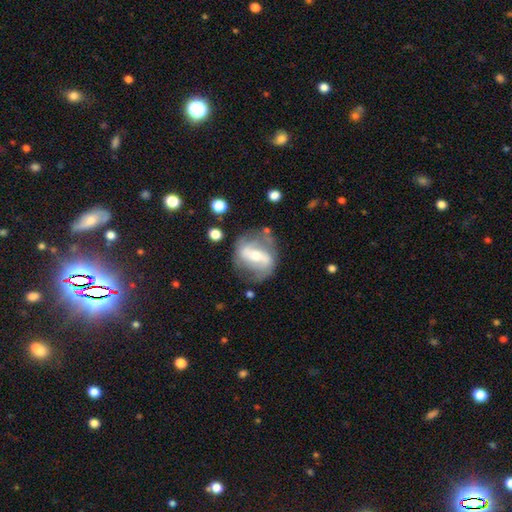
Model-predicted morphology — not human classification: Q: Smooth or featured?
A: featured or disk (73%); runner-up: smooth (20%)
Q: Edge-on disk?
A: no (92%); runner-up: yes (8%)
Q: Bar?
A: strong (55%); runner-up: weak (30%)
Q: Spiral arms?
A: yes (72%); runner-up: no (28%)
Q: Bulge size?
A: moderate (57%); runner-up: small (32%)
Q: Merging?
A: none (61%); runner-up: minor disturbance (21%)